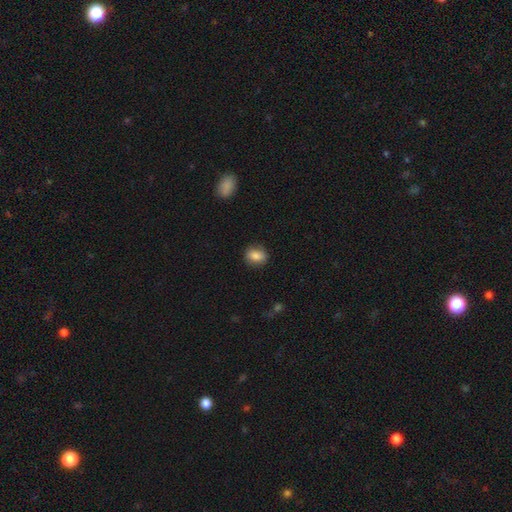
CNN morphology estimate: This is clearly a smooth galaxy (84%). How rounded: possibly in between (54%). Merging: clearly none (85%).